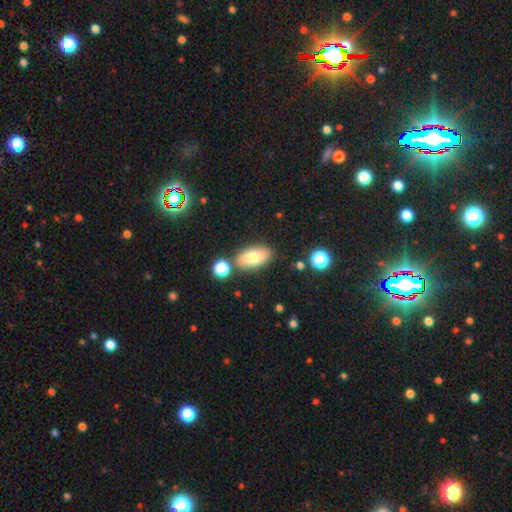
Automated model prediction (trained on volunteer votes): Overall: smooth (71%). How rounded: in between (87%). Merging: none (79%).